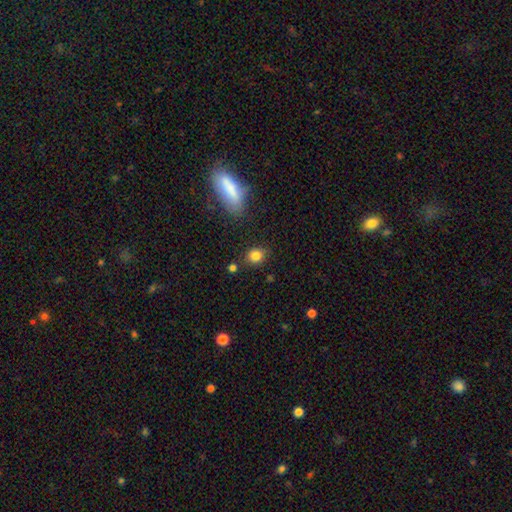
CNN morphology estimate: Q: Smooth or featured?
A: smooth (83%); runner-up: star or artifact (11%)
Q: How rounded?
A: round (55%); runner-up: in between (44%)
Q: Merging?
A: none (81%); runner-up: minor disturbance (12%)